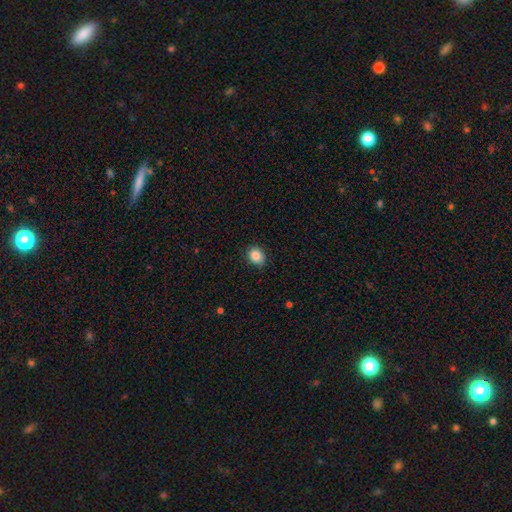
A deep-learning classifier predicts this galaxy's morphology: A smooth galaxy with no disk features (86%) that is in between round and cigar-shaped (52%).

Vote fractions:
- Smooth or featured? smooth: 86% / star or artifact: 9% / featured or disk: 5%
- How rounded? in between: 52% / round: 47% / cigar-shaped: 1%
- Merging? none: 87% / minor disturbance: 10% / major disturbance: 2% / merger: 1%